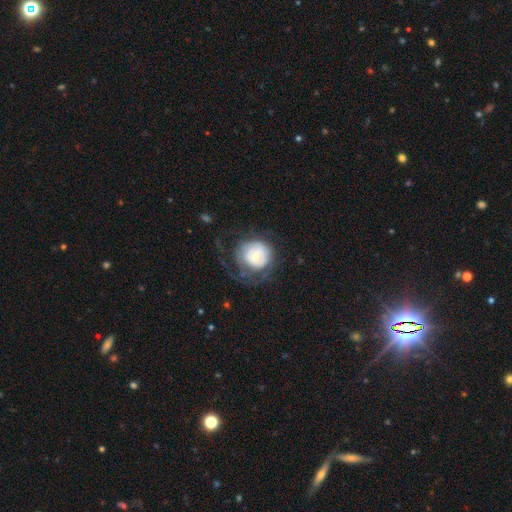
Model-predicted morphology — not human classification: smooth-or-featured: featured or disk: 54% | smooth: 39% | star or artifact: 8%
  disk-edge-on: no: 97% | yes: 3%
    bar: no: 50% | weak: 39% | strong: 11%
    has-spiral-arms: yes: 57% | no: 43%
    bulge-size: small: 54% | moderate: 34% | large: 7% | none: 4% | dominant: 2%
  merging: none: 52% | major disturbance: 28% | minor disturbance: 19% | merger: 2%